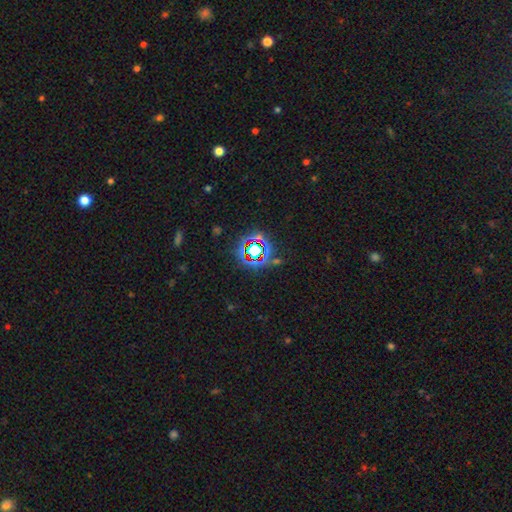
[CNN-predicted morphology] star or artifact 72%, smooth 18%, featured or disk 11%.